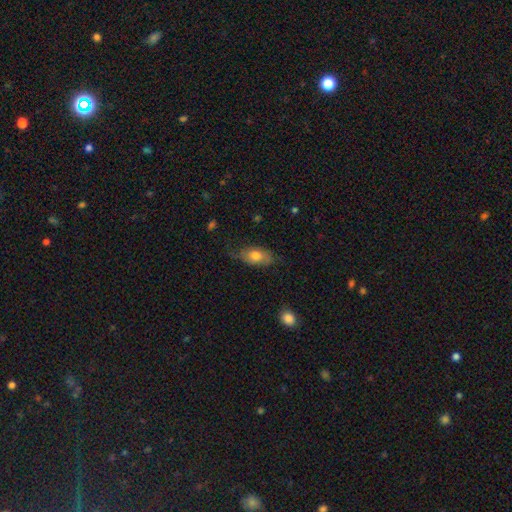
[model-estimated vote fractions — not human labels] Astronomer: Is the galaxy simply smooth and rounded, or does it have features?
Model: smooth — 66%.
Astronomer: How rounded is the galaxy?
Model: in between — 88%.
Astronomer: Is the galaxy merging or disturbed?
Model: none — 60%.